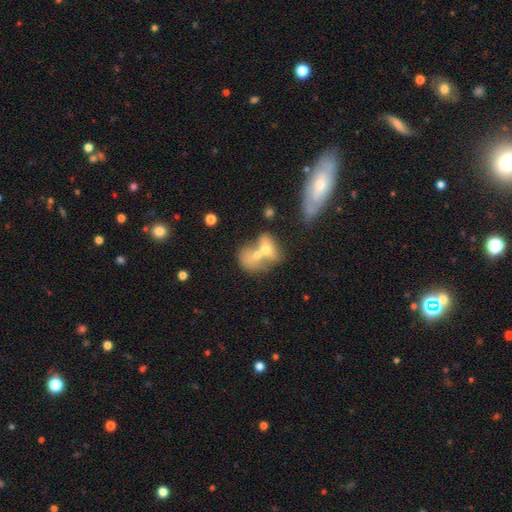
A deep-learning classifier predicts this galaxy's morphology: A smooth galaxy with no disk features (62%) that is in between round and cigar-shaped (62%). Merging: merger (75%).